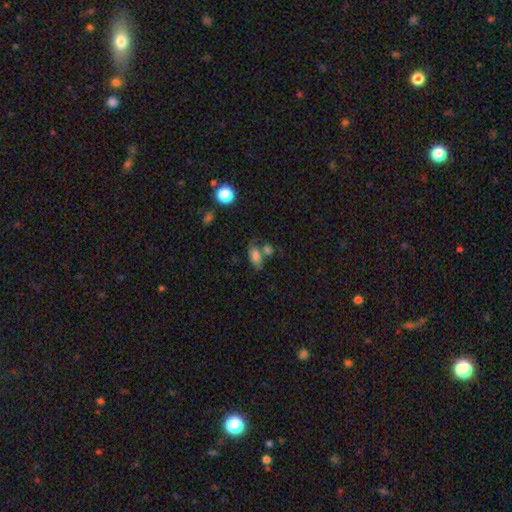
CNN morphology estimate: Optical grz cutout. It shows a smooth galaxy with no disk features (74%) that is in between round and cigar-shaped (83%). Merging: none (40%).